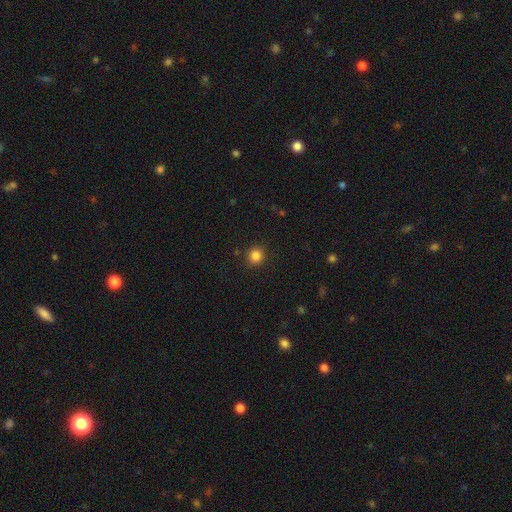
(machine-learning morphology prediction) Overall: smooth (84%). How rounded: round (92%). Merging: none (90%).